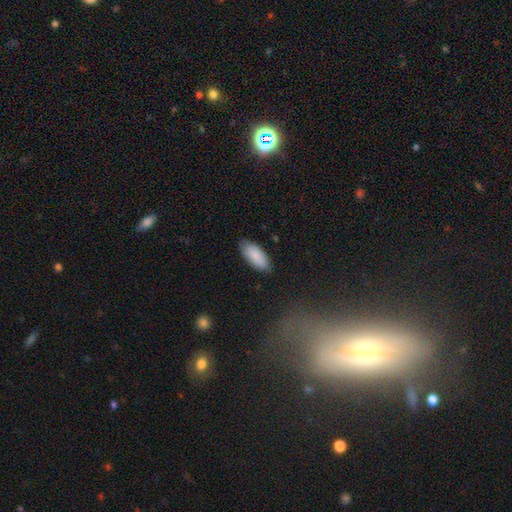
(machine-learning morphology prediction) smooth-or-featured: smooth: 88% | featured or disk: 6% | star or artifact: 6%
  how-rounded: in between: 87% | cigar-shaped: 11% | round: 2%
  merging: none: 84% | minor disturbance: 13% | major disturbance: 2% | merger: 1%